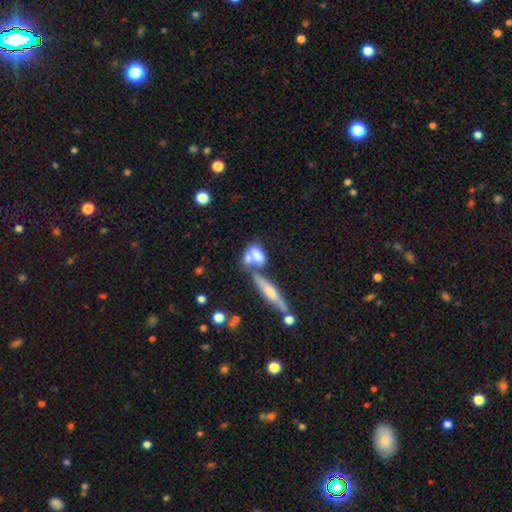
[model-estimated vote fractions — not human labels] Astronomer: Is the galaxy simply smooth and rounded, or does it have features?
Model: smooth — 65%.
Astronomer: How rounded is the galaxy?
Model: in between — 74%.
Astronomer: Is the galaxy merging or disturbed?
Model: merger — 49% (runner-up: none, 31%).